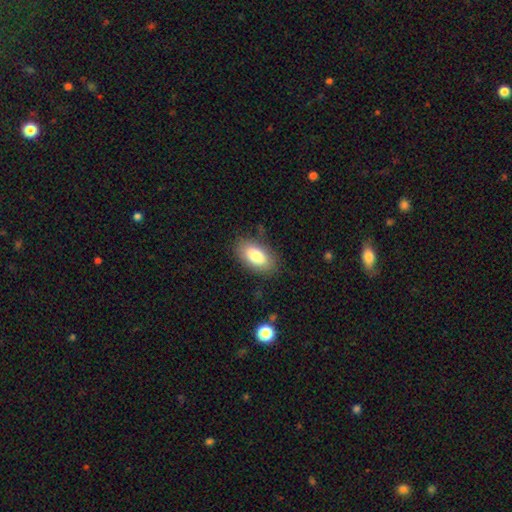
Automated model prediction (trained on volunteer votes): smooth-or-featured: smooth: 80% | featured or disk: 13% | star or artifact: 7%
  how-rounded: in between: 93% | round: 4% | cigar-shaped: 3%
  merging: none: 81% | minor disturbance: 14% | major disturbance: 4% | merger: 1%